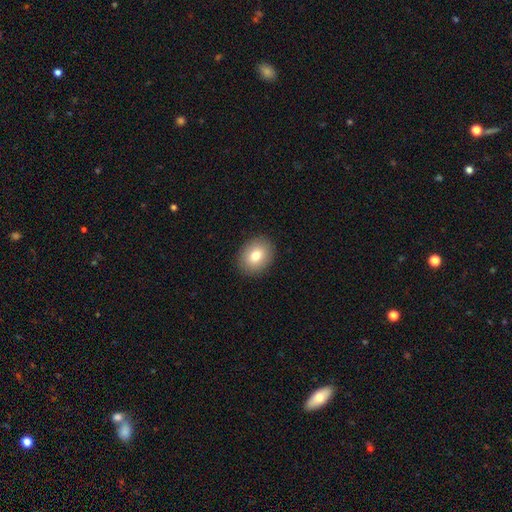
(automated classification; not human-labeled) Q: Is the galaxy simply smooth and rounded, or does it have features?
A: smooth — 79%.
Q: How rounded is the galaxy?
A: in between — 51%.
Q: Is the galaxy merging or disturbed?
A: none — 90%.